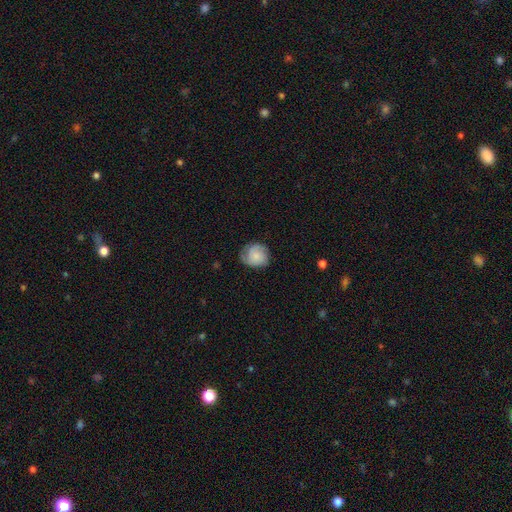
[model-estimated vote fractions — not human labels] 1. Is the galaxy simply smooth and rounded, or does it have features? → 63% smooth, 29% featured or disk, 7% star or artifact.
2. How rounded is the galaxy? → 78% round, 21% in between, 1% cigar-shaped.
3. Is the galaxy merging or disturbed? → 64% none, 26% minor disturbance, 8% major disturbance, 1% merger.